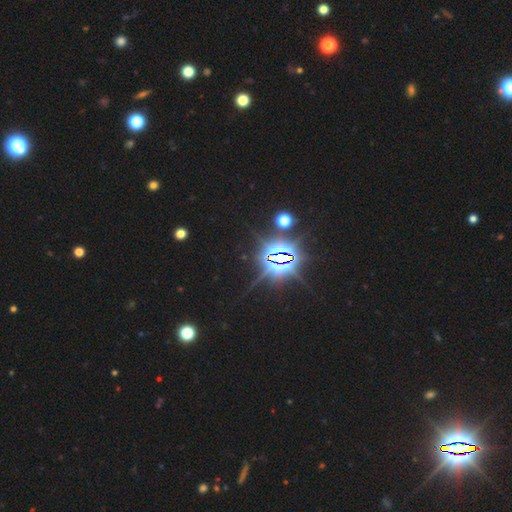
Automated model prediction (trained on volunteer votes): A star or artifact, not a galaxy (86%).

Vote fractions:
- Smooth or featured? star or artifact: 86% / smooth: 8% / featured or disk: 6%